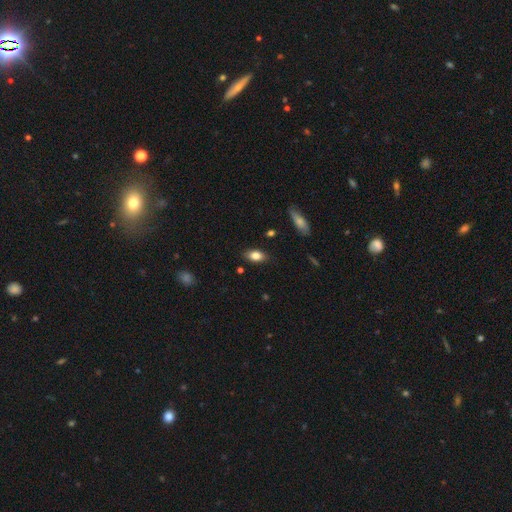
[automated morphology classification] type=smooth (80%); roundness=in between (87%); merging=none (84%).